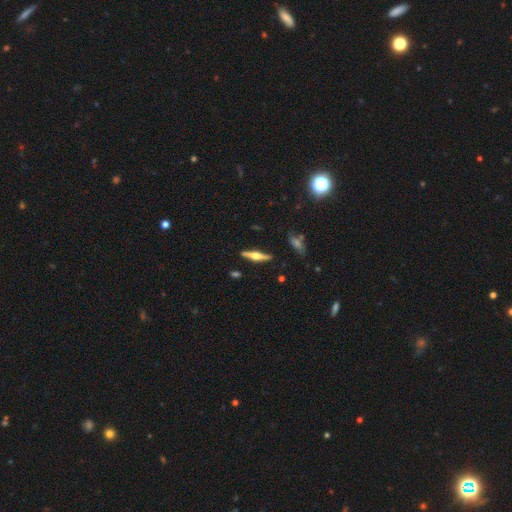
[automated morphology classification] This is likely a featured or disk galaxy (72%). It is clearly viewed edge-on (97%). Edge-on bulge: clearly rounded (93%). Merging: clearly none (89%).